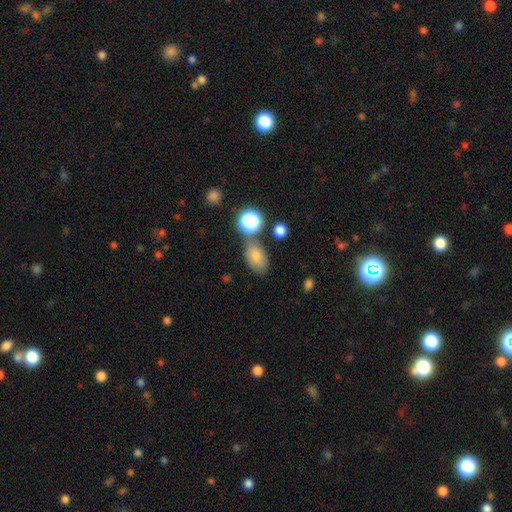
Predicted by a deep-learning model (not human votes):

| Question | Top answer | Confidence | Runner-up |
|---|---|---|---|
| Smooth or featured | smooth | 67% | star or artifact (20%) |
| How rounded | in between | 79% | round (20%) |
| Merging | none | 74% | minor disturbance (13%) |